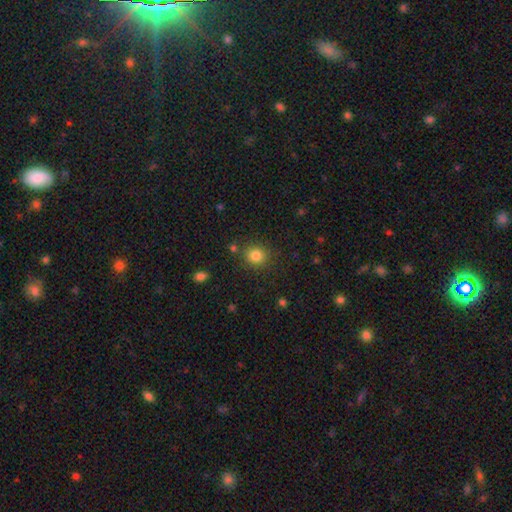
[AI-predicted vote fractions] A smooth galaxy with no disk features (83%) that is round (86%).

Vote fractions:
- Smooth or featured? smooth: 83% / star or artifact: 12% / featured or disk: 5%
- How rounded? round: 86% / in between: 13% / cigar-shaped: 1%
- Merging? none: 84% / minor disturbance: 9% / merger: 4% / major disturbance: 3%